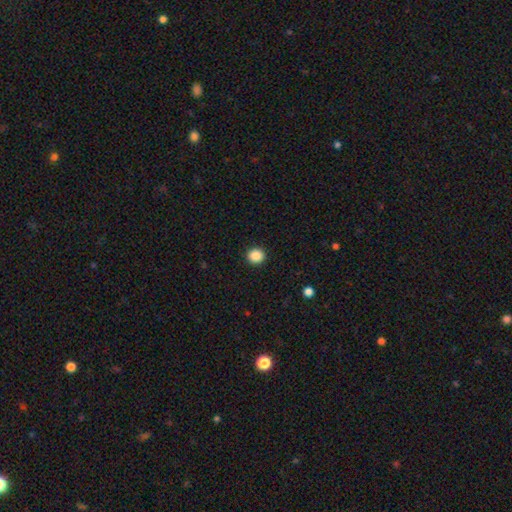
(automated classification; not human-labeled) smooth 88%, star or artifact 9%, featured or disk 3%. Down the decision tree: how rounded — round (91%); merging — none (93%).